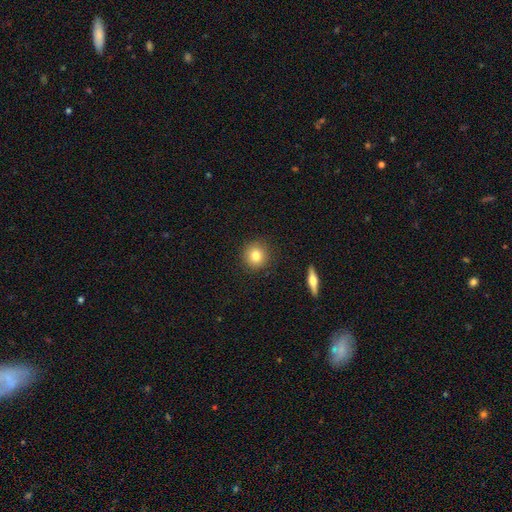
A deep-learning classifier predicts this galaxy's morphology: Smooth or featured: smooth — 81% (featured or disk — 10%)
How rounded: round — 92% (in between — 7%)
Merging: none — 90% (minor disturbance — 6%)